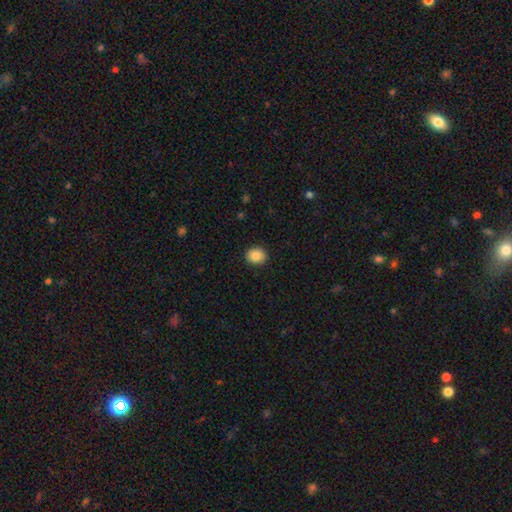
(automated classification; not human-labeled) Q: Smooth or featured?
A: smooth (87%); runner-up: star or artifact (9%)
Q: How rounded?
A: round (66%); runner-up: in between (33%)
Q: Merging?
A: none (91%); runner-up: minor disturbance (7%)